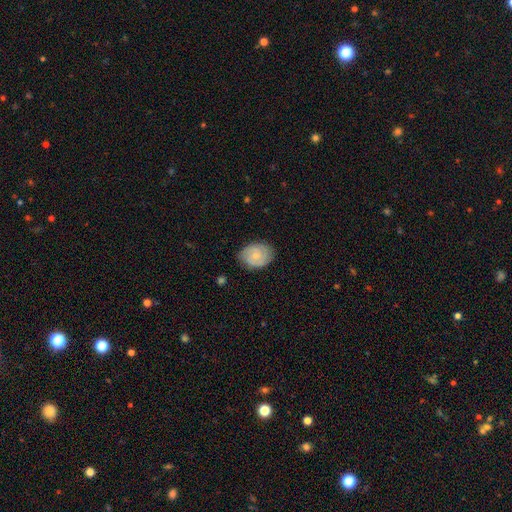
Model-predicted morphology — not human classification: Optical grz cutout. It shows a featured or disk galaxy (50%). Merging: none (79%).